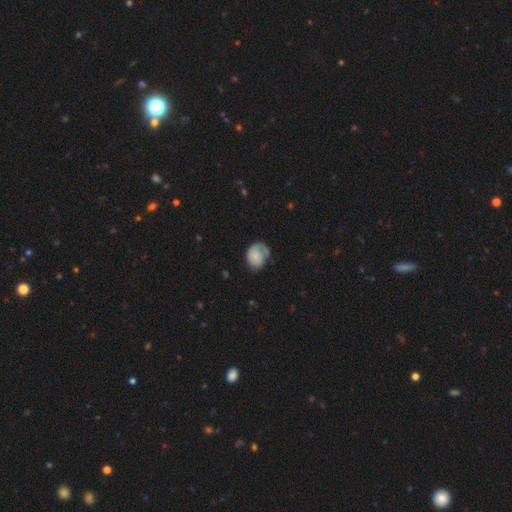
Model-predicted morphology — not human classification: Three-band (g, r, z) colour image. It shows a smooth galaxy with no disk features (60%) that is round (51%). Merging: none (43%).